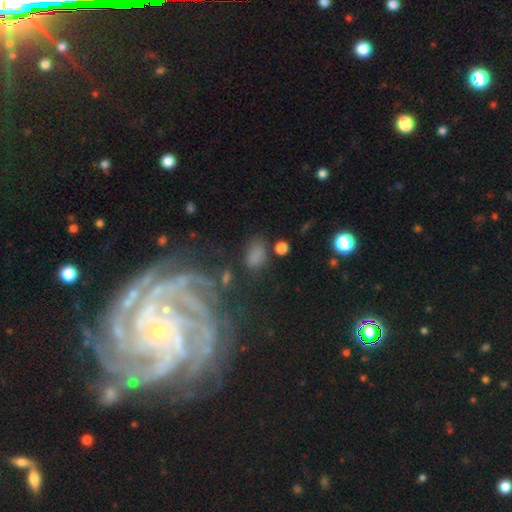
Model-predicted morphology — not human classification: Overall: smooth (69%). How rounded: in between (81%). Merging: none (62%).